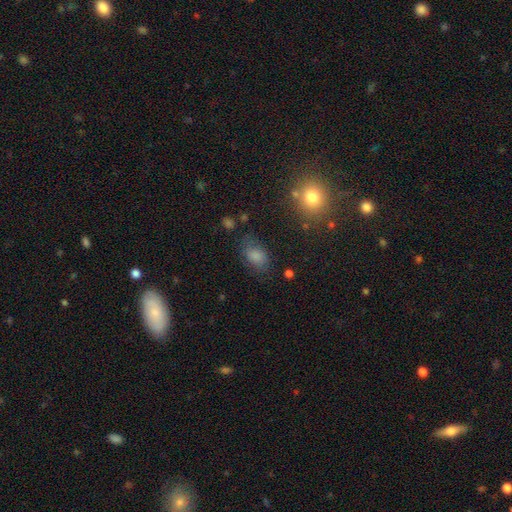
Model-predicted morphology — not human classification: smooth 76%, star or artifact 13%, featured or disk 11%. Down the decision tree: how rounded — in between (85%); merging — none (66%).